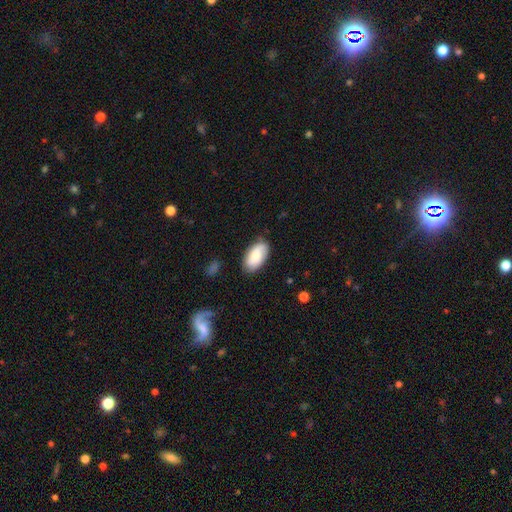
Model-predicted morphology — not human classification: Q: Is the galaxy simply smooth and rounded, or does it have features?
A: smooth — 74%.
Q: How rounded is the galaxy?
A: in between — 94%.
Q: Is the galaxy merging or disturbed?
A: none — 80%.